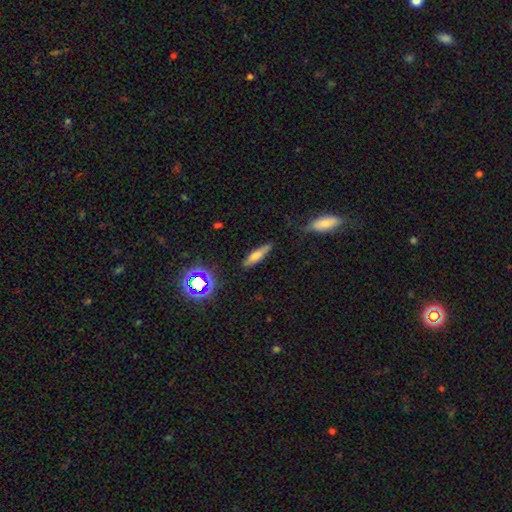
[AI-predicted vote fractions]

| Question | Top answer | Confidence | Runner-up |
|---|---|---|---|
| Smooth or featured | smooth | 63% | featured or disk (26%) |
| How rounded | cigar-shaped | 68% | in between (29%) |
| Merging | none | 81% | minor disturbance (14%) |